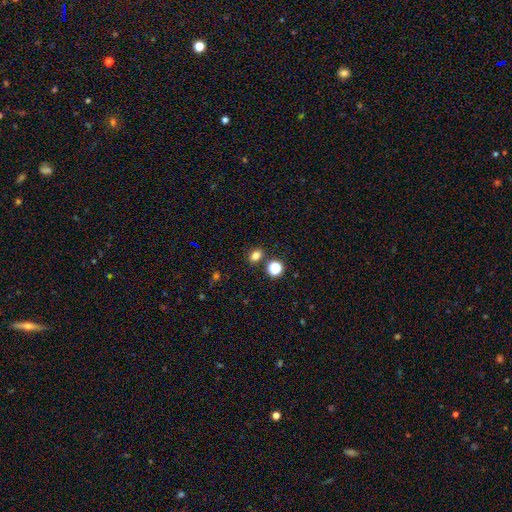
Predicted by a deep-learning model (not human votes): Smooth or featured?
  - smooth: 78% *
  - star or artifact: 17%
  - featured or disk: 5%
How rounded?
  - in between: 51% *
  - round: 48%
  - cigar-shaped: 1%
Merging?
  - none: 82% *
  - minor disturbance: 8%
  - merger: 7%
  - major disturbance: 3%